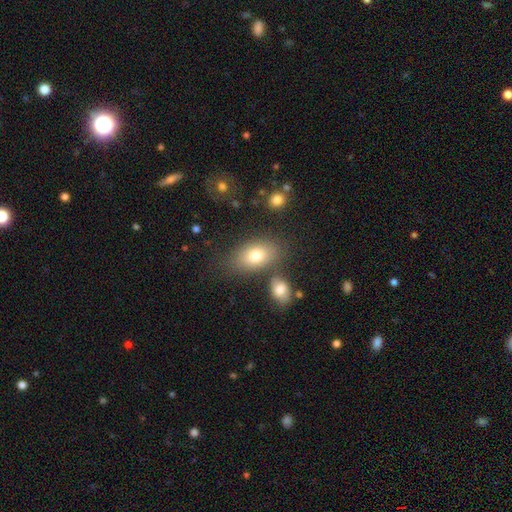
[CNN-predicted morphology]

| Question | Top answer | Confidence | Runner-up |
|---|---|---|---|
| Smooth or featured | smooth | 78% | featured or disk (13%) |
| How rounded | in between | 86% | round (12%) |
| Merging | none | 68% | merger (14%) |